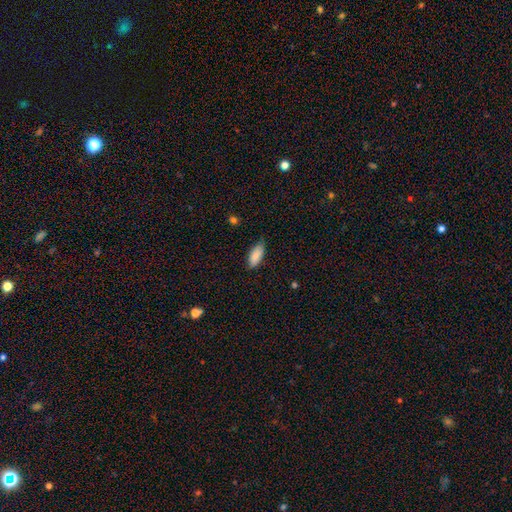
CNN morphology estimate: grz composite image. It shows a smooth galaxy with no disk features (86%) that is in between round and cigar-shaped (83%). Merging: none (70%).